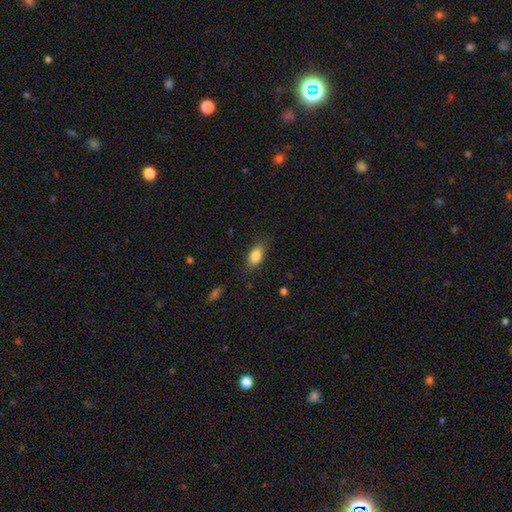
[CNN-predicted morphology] Smooth or featured: smooth — 83% (featured or disk — 9%)
How rounded: in between — 85% (cigar-shaped — 10%)
Merging: none — 83% (minor disturbance — 13%)